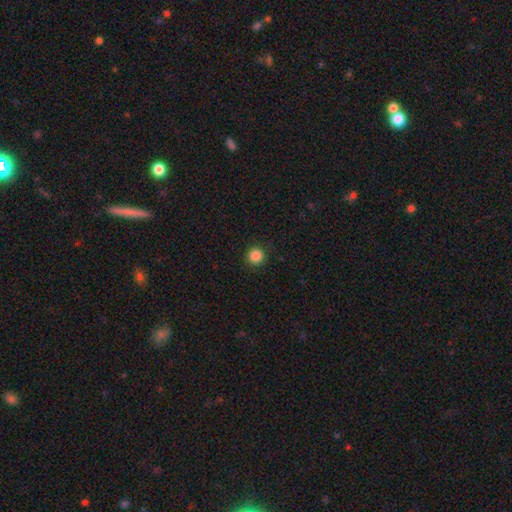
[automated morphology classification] Smooth or featured? smooth (87%)
How rounded? round (95%)
Merging? none (92%)